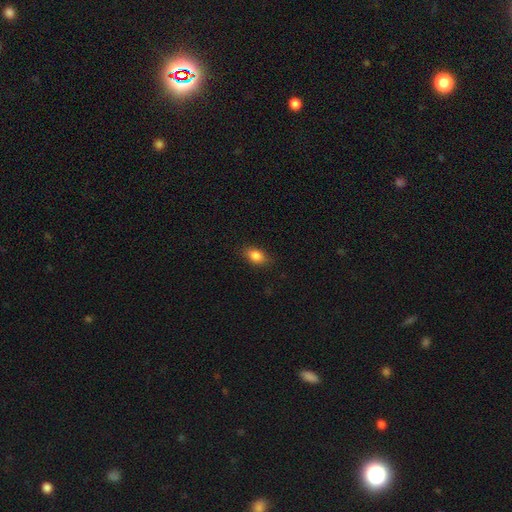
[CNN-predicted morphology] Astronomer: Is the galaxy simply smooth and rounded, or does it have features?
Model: smooth — 85%.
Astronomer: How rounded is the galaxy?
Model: in between — 84%.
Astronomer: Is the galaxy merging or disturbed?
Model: none — 85%.